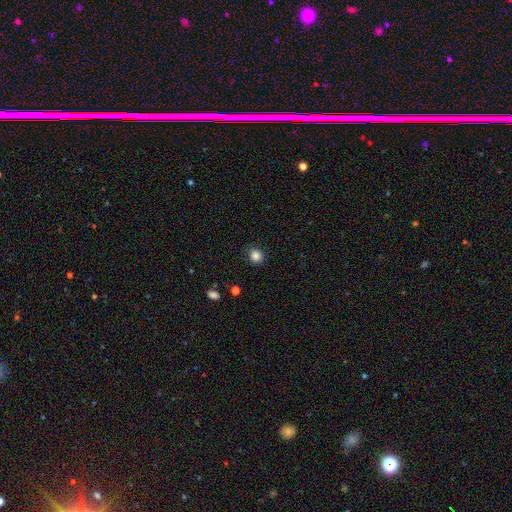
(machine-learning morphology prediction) The model was most divided on "how rounded": round: 86%, in between: 13%, cigar-shaped: 1%. More confident: merging — none (87%); smooth or featured — smooth (85%).